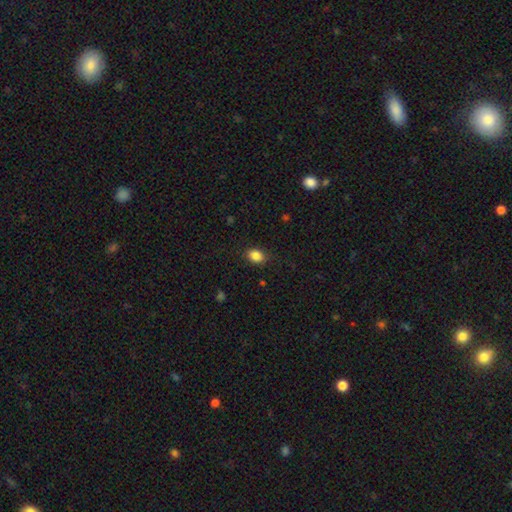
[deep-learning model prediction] smooth 86%, star or artifact 9%, featured or disk 5%. Down the decision tree: how rounded — in between (69%); merging — none (84%).